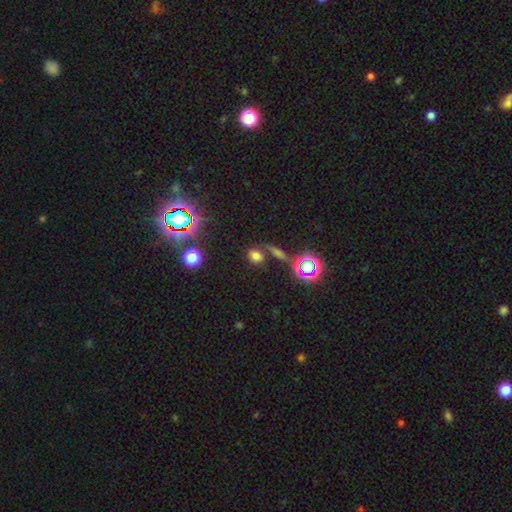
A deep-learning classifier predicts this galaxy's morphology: This appears to be a smooth galaxy with no disk features (65%) that is in between round and cigar-shaped (48%). Merging: none (67%).